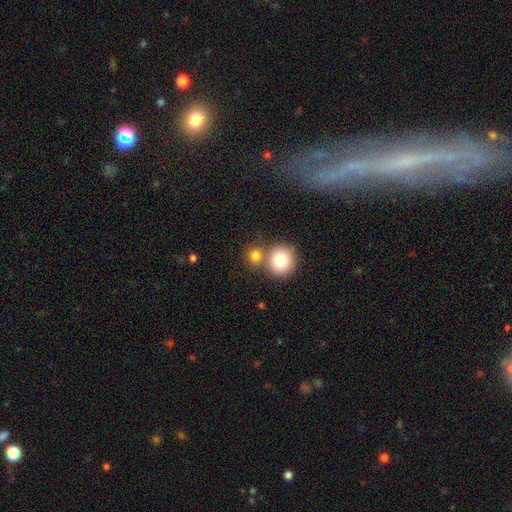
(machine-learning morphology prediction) Overall: smooth (84%). How rounded: round (81%). Merging: none (50%; merger 38%).